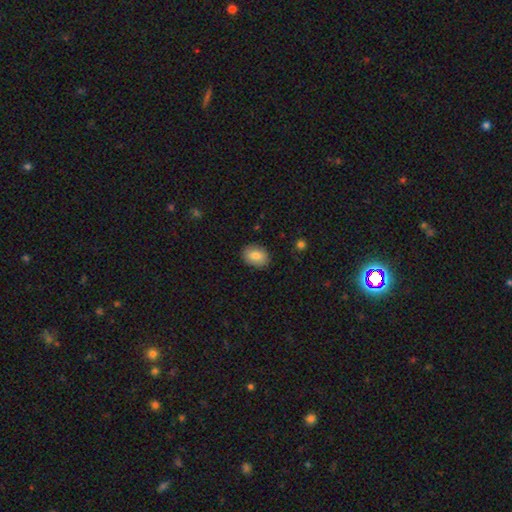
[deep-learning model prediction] Overall: smooth (83%). How rounded: in between (69%; round 30%). Merging: none (87%).